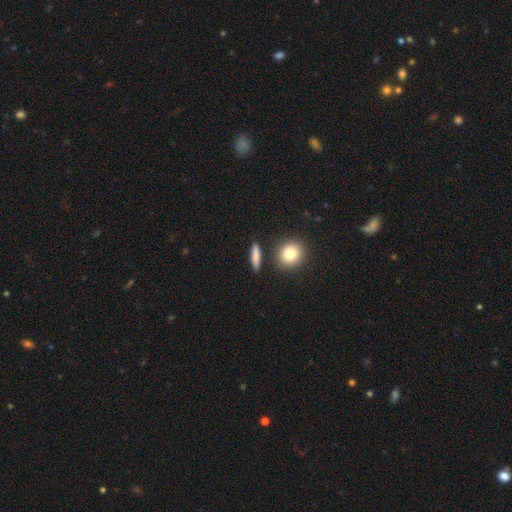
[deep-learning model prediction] Smooth or featured? smooth (81%)
How rounded? cigar-shaped (65%)
Merging? none (87%)